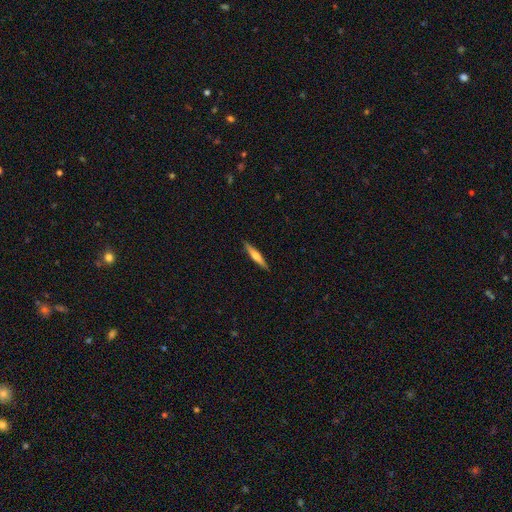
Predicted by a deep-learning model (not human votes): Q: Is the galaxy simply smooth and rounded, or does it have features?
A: smooth — 52%.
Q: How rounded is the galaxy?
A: cigar-shaped — 91%.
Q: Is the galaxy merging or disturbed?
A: none — 90%.